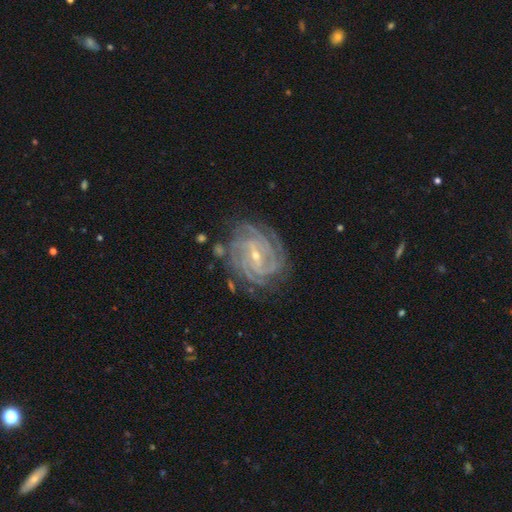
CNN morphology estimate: A featured or disk galaxy (91%) with a weak bar (47%), 4 (38%) tight (77%) spiral arms (98%) and a small central bulge (71%). Merging: none (77%).